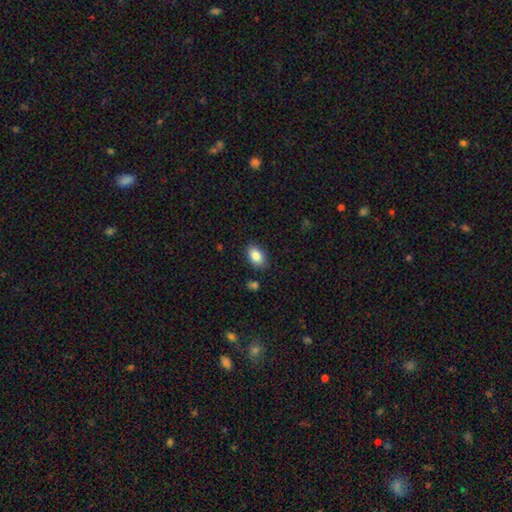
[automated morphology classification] Smooth or featured: smooth — 87% (star or artifact — 7%)
How rounded: in between — 91% (round — 8%)
Merging: none — 86% (minor disturbance — 10%)